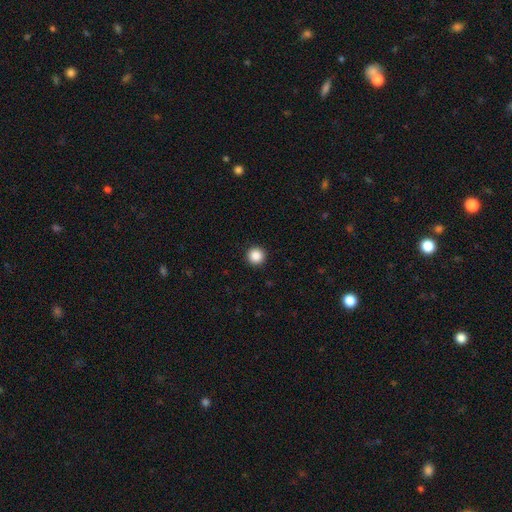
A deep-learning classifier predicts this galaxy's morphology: The model was most divided on "smooth or featured": smooth: 87%, star or artifact: 10%, featured or disk: 3%. More confident: how rounded — round (96%); merging — none (94%).